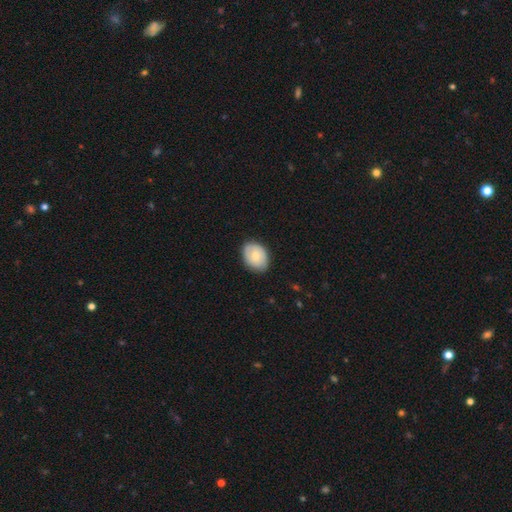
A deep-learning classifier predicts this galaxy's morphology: The model was most divided on "smooth or featured": smooth: 64%, featured or disk: 30%, star or artifact: 6%. More confident: merging — none (80%); how rounded — in between (71%).